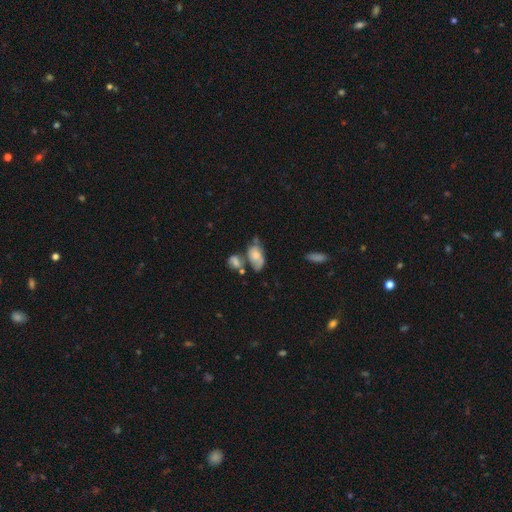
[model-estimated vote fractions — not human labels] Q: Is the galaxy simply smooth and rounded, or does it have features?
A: smooth — 46%, tied with featured or disk.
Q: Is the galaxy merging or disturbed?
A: none — 32%.